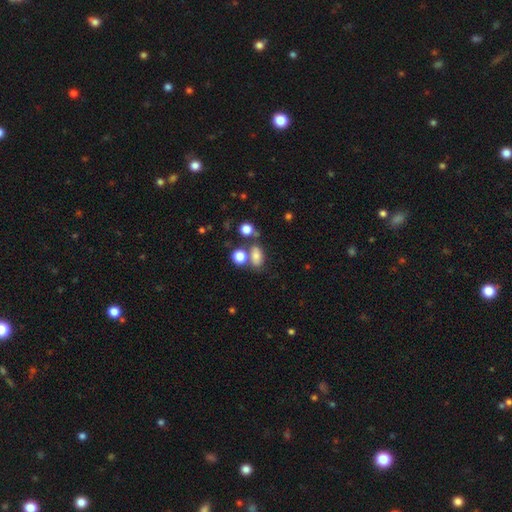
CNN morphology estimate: A smooth galaxy with no disk features (73%) that is in between round and cigar-shaped (77%). Merging: none (54%).